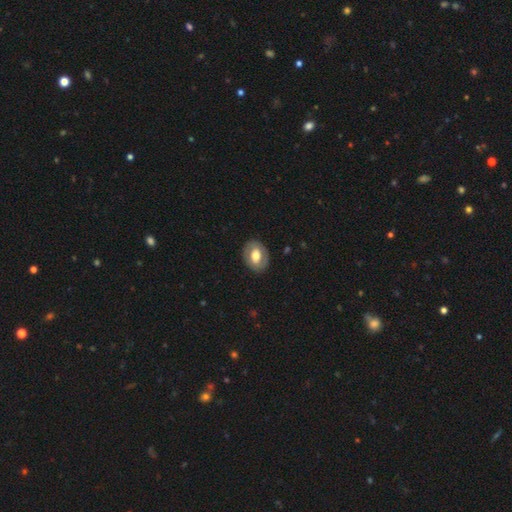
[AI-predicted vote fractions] Smooth or featured? smooth (52%)
How rounded? in between (71%)
Merging? none (84%)